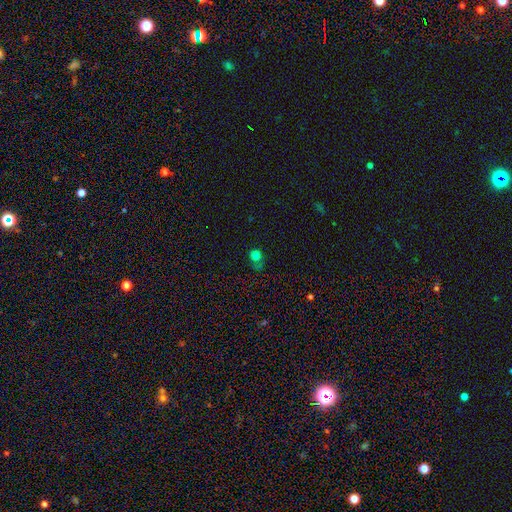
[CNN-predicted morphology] Overall: smooth (75%). How rounded: round (75%). Merging: none (52%; minor disturbance 26%).